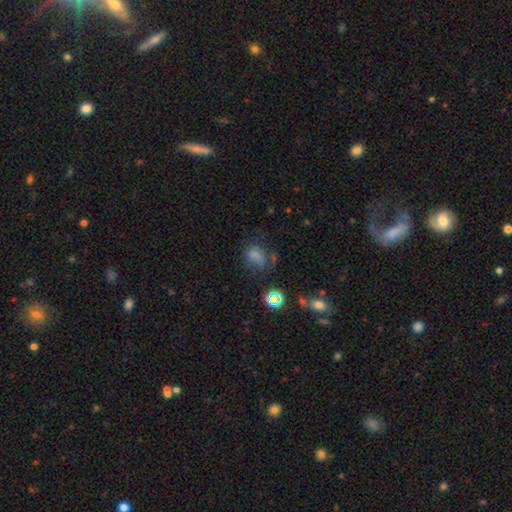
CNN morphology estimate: type=smooth (62%); roundness=in between (57%); merging=none (43%).